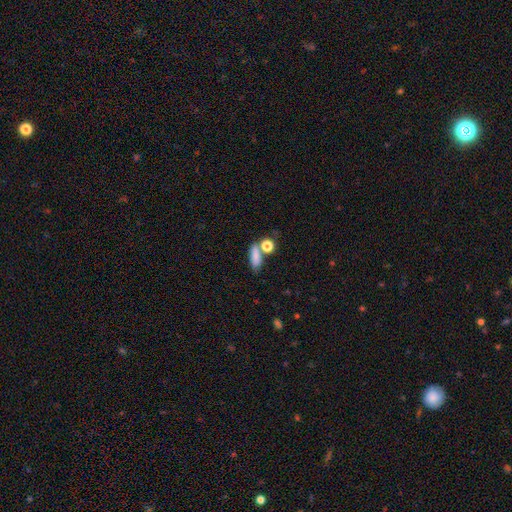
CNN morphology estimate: Q: Smooth or featured?
A: smooth (80%); runner-up: star or artifact (10%)
Q: How rounded?
A: in between (62%); runner-up: cigar-shaped (24%)
Q: Merging?
A: none (54%); runner-up: merger (25%)